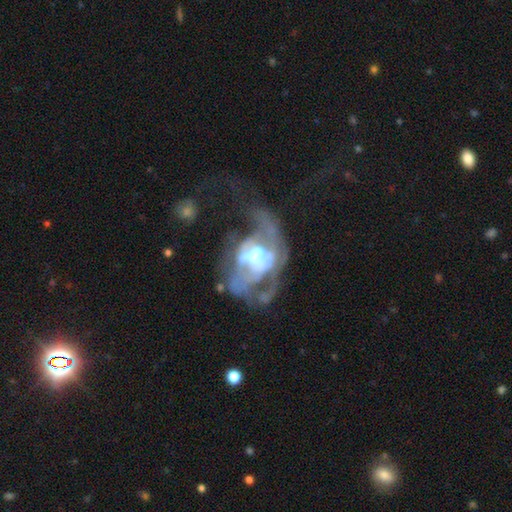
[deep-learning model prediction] featured or disk 77%, smooth 13%, star or artifact 10%. Down the decision tree: edge-on disk — no (96%); bar — no (57%); spiral arms — no (51%); bulge size — moderate (54%); merging — major disturbance (48%).